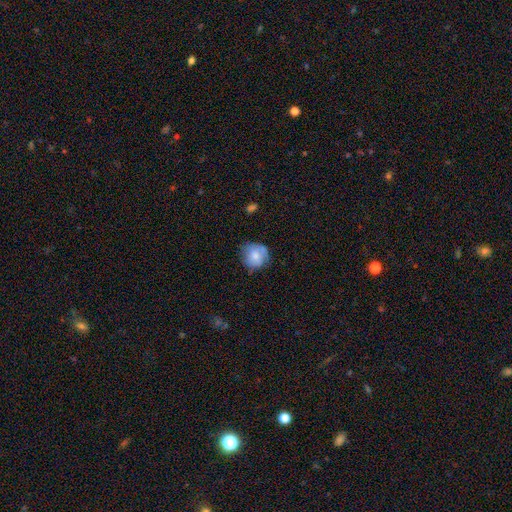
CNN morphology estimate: The model was most divided on "merging": none: 59%, minor disturbance: 29%, major disturbance: 9%, merger: 2%. More confident: how rounded — round (82%); smooth or featured — smooth (64%).